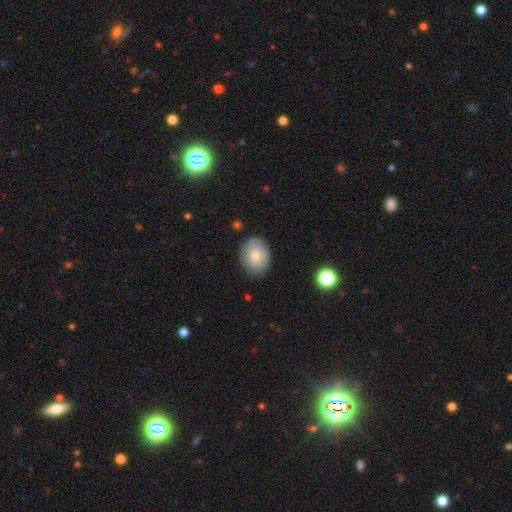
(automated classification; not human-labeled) A smooth galaxy with no disk features (74%) that is in between round and cigar-shaped (54%).

Vote fractions:
- Smooth or featured? smooth: 74% / featured or disk: 19% / star or artifact: 7%
- How rounded? in between: 54% / round: 45% / cigar-shaped: 1%
- Merging? none: 83% / minor disturbance: 13% / major disturbance: 3% / merger: 1%